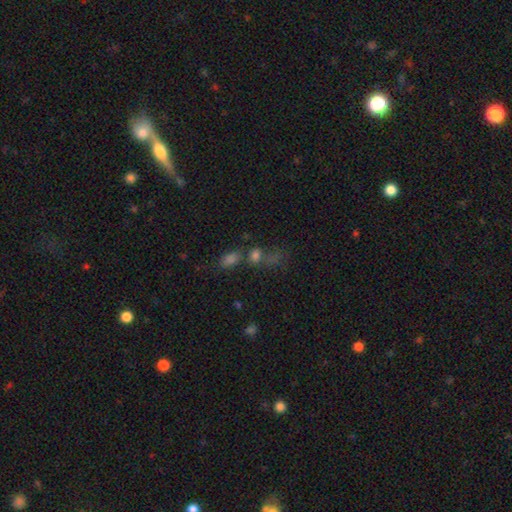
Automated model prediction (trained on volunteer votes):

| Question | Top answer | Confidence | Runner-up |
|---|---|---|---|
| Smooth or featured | smooth | 52% | star or artifact (34%) |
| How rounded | in between | 60% | round (34%) |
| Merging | merger | 44% | none (34%) |